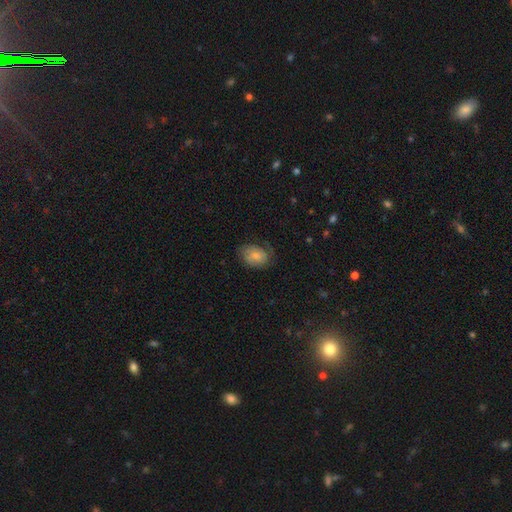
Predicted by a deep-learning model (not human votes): Q: Smooth or featured?
A: smooth (61%); runner-up: featured or disk (31%)
Q: How rounded?
A: in between (71%); runner-up: round (28%)
Q: Merging?
A: none (57%); runner-up: minor disturbance (27%)